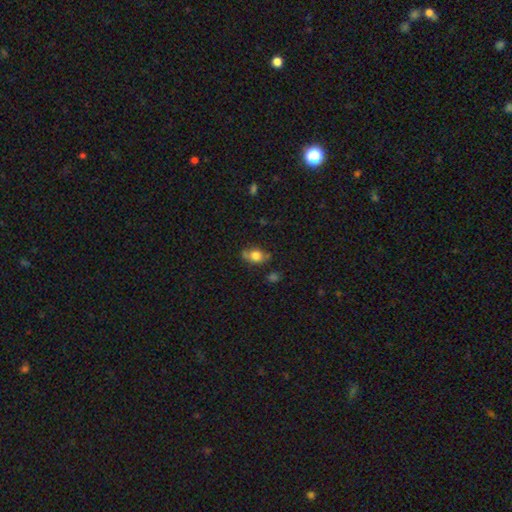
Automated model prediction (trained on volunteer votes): Smooth or featured? smooth (76%)
How rounded? in between (57%)
Merging? none (59%)